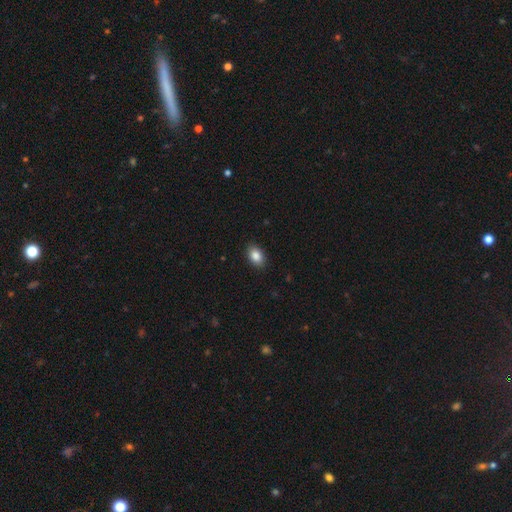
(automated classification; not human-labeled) This appears to be a smooth galaxy with no disk features (87%) that is in between round and cigar-shaped (87%). Merging: none (89%).